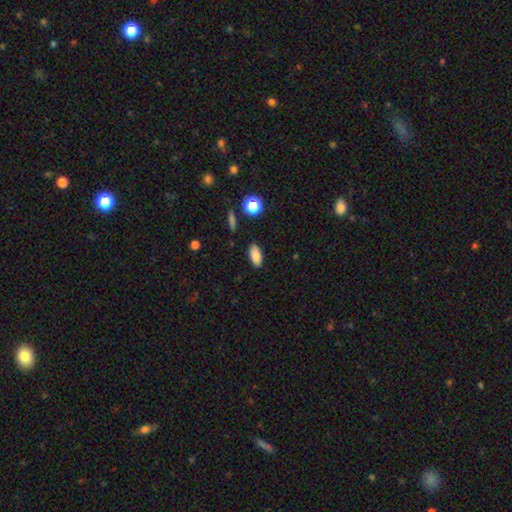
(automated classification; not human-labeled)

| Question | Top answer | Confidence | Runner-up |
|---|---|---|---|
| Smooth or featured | smooth | 85% | star or artifact (9%) |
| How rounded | in between | 90% | cigar-shaped (7%) |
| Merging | none | 86% | minor disturbance (10%) |